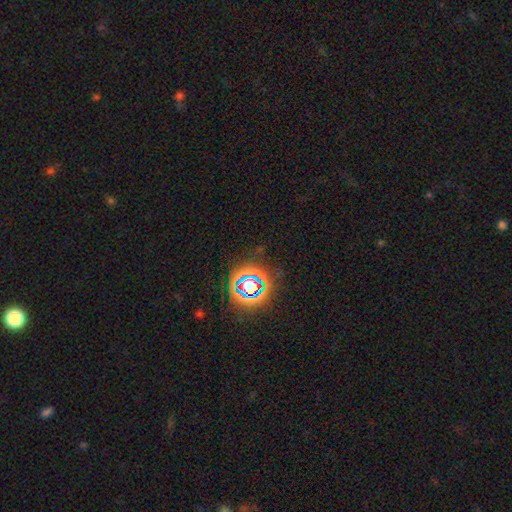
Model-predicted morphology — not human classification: star or artifact 77%, smooth 14%, featured or disk 9%.